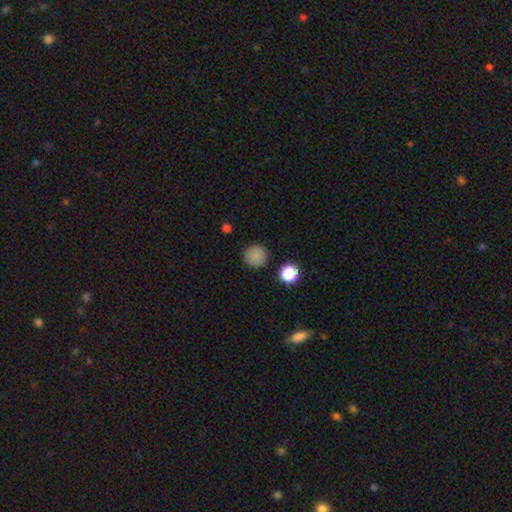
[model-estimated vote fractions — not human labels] Smooth or featured? smooth (84%)
How rounded? round (95%)
Merging? none (89%)